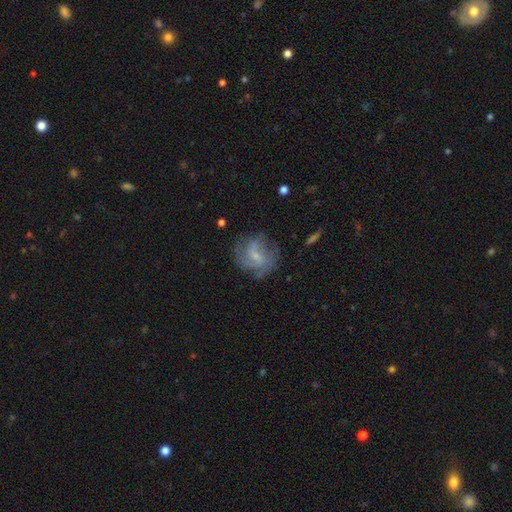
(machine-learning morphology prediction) A featured or disk galaxy (64%) with a weak bar (49%), spiral arms (78%) and a small central bulge (61%). Merging: none (64%).